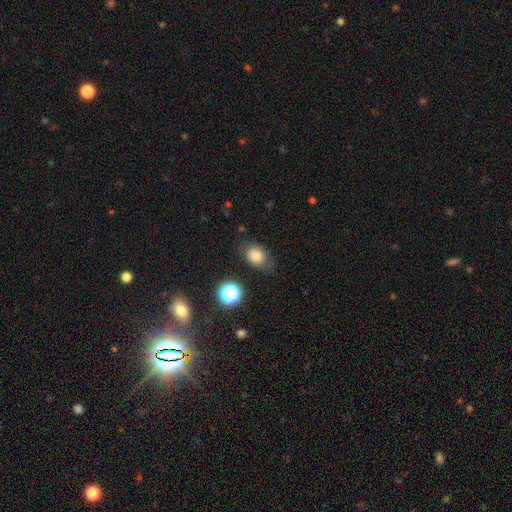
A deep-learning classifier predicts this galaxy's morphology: Overall: smooth (80%). How rounded: in between (60%; round 39%). Merging: none (69%).